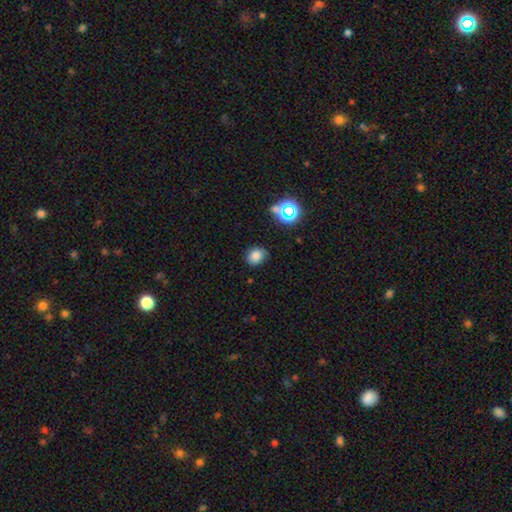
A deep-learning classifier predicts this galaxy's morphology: Smooth or featured? Predicted: smooth (p=0.76). How rounded? Predicted: round (p=0.61). Merging? Predicted: none (p=0.73).